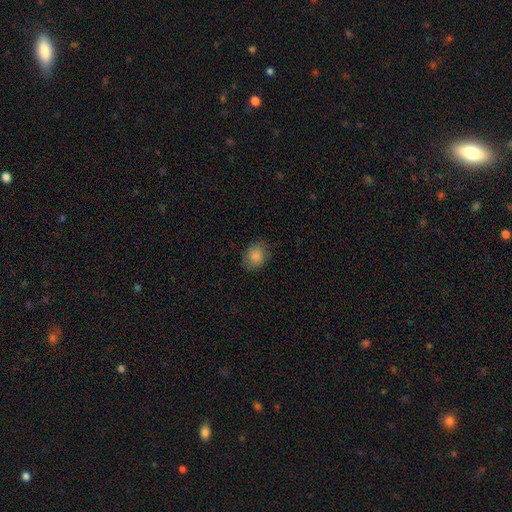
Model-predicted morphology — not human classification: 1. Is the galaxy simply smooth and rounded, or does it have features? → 86% smooth, 8% star or artifact, 6% featured or disk.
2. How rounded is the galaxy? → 53% in between, 46% round, 1% cigar-shaped.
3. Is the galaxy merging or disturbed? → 81% none, 15% minor disturbance, 4% major disturbance, 1% merger.